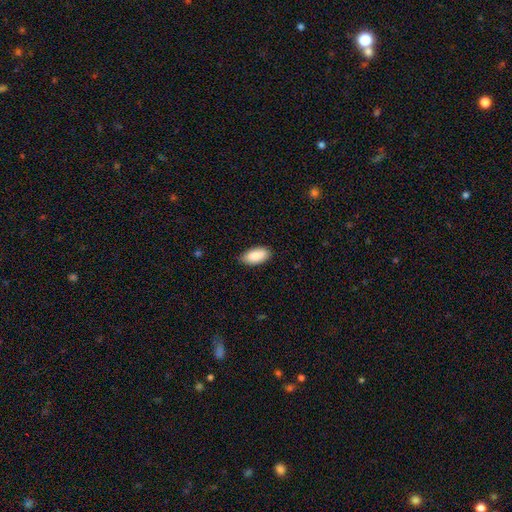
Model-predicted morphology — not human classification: smooth-or-featured: smooth: 88% | featured or disk: 6% | star or artifact: 6%
  how-rounded: in between: 94% | cigar-shaped: 4% | round: 2%
  merging: none: 76% | minor disturbance: 20% | major disturbance: 3% | merger: 1%